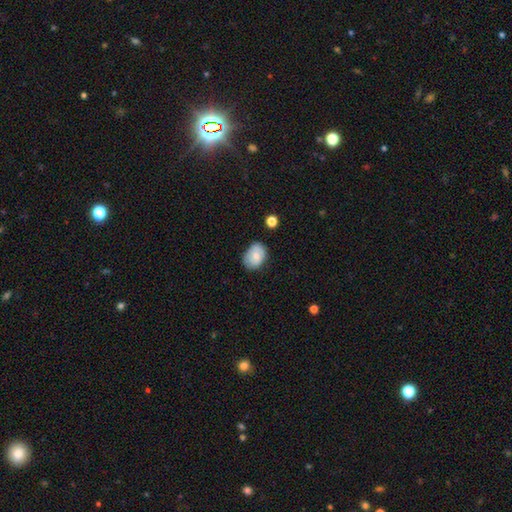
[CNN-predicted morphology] Smooth or featured? Predicted: smooth (p=0.71). How rounded? Predicted: in between (p=0.71). Merging? Predicted: none (p=0.69).